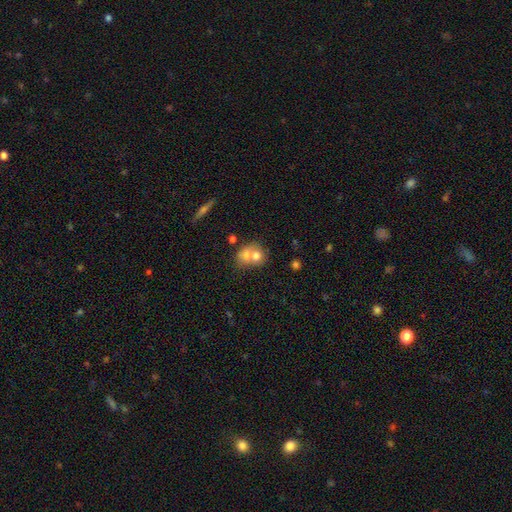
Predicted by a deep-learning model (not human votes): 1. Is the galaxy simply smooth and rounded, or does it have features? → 67% smooth, 23% featured or disk, 10% star or artifact.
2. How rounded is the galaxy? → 66% round, 33% in between, 1% cigar-shaped.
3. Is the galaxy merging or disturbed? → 66% merger, 24% none, 6% minor disturbance, 3% major disturbance.